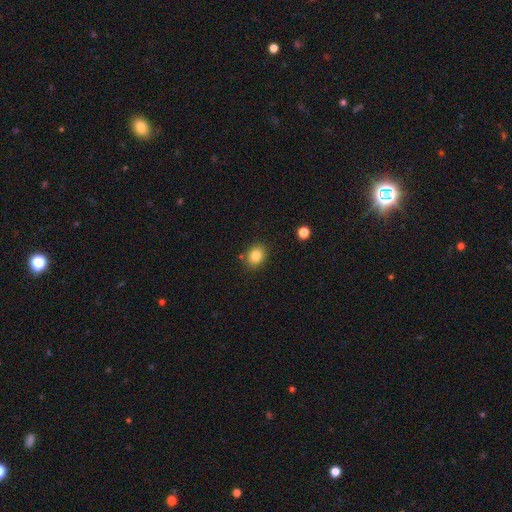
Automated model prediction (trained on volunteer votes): smooth 83%, star or artifact 11%, featured or disk 7%. Down the decision tree: how rounded — round (51%); merging — none (84%).